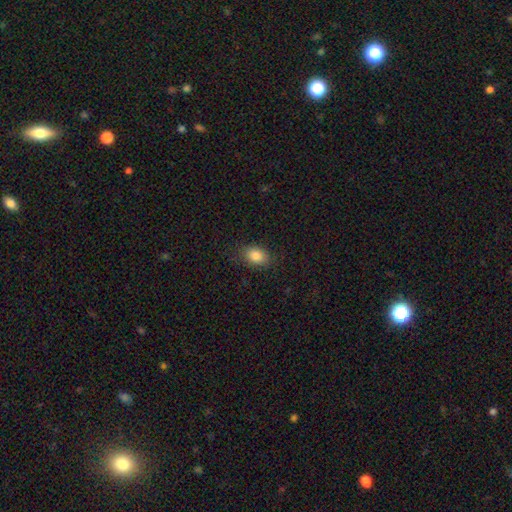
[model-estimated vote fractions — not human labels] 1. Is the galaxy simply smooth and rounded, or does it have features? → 84% smooth, 10% star or artifact, 6% featured or disk.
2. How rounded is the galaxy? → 71% in between, 27% round, 1% cigar-shaped.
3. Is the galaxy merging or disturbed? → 84% none, 12% minor disturbance, 3% major disturbance, 1% merger.